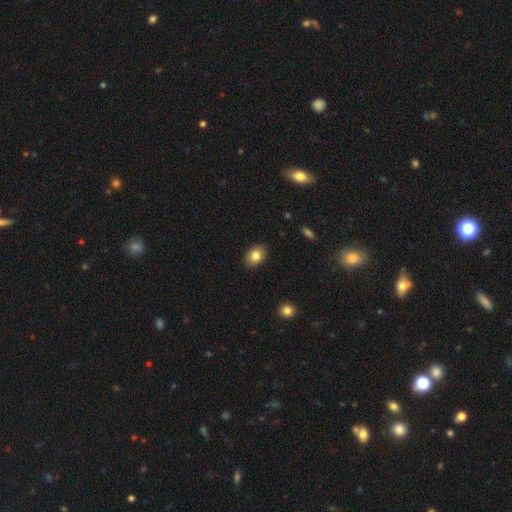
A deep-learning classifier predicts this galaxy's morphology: Smooth or featured?
  - smooth: 82% *
  - featured or disk: 10%
  - star or artifact: 8%
How rounded?
  - in between: 75% *
  - round: 23%
  - cigar-shaped: 1%
Merging?
  - none: 89% *
  - minor disturbance: 9%
  - major disturbance: 2%
  - merger: 1%